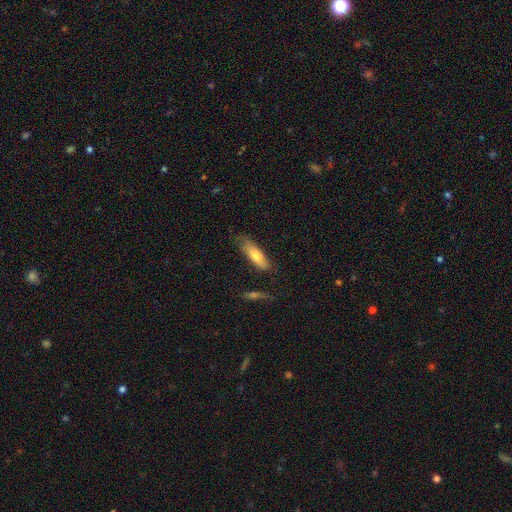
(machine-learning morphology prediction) Overall: smooth (70%). How rounded: cigar-shaped (54%; in between 44%). Merging: none (68%).